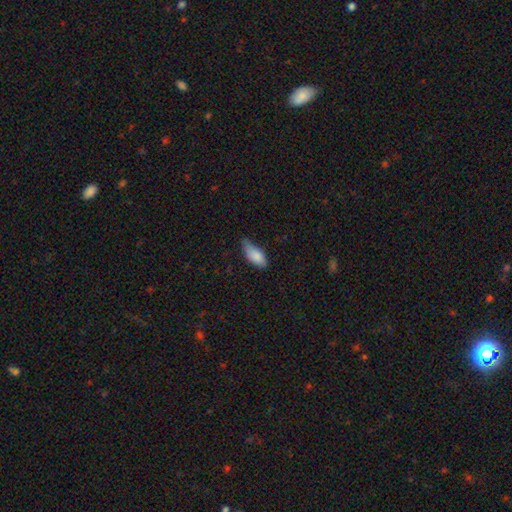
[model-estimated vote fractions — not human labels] Smooth or featured? Predicted: smooth (p=0.85). How rounded? Predicted: in between (p=0.87). Merging? Predicted: none (p=0.45).